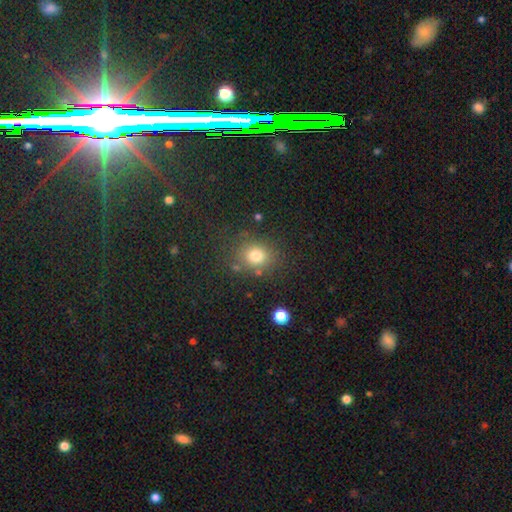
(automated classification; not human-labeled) smooth-or-featured: smooth: 77% | star or artifact: 15% | featured or disk: 8%
  how-rounded: round: 72% | in between: 27% | cigar-shaped: 1%
  merging: none: 80% | minor disturbance: 11% | major disturbance: 5% | merger: 4%